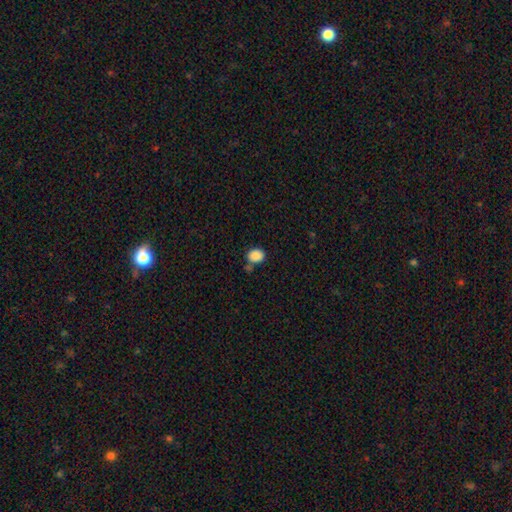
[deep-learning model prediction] This appears to be a smooth galaxy with no disk features (88%) that is round (52%). Merging: none (68%).